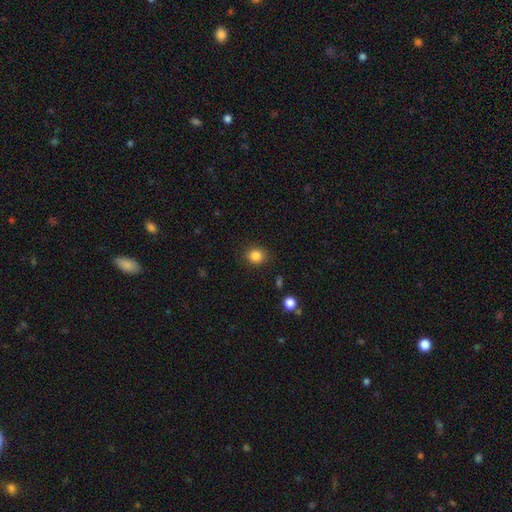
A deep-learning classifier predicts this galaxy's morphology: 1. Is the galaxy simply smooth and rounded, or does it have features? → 86% smooth, 10% star or artifact, 4% featured or disk.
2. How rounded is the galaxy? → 77% round, 22% in between, 1% cigar-shaped.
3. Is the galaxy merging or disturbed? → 87% none, 9% minor disturbance, 3% major disturbance, 1% merger.